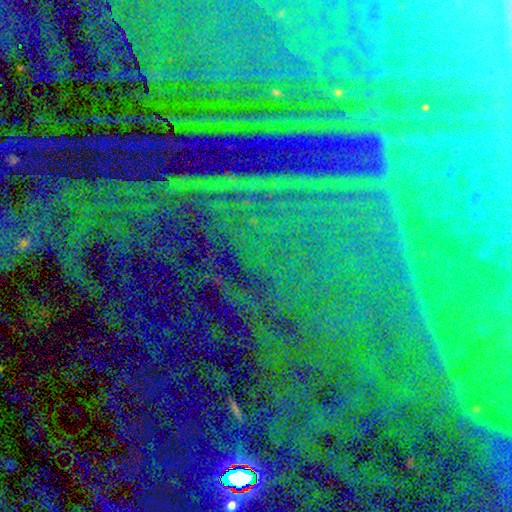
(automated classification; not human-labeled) Q: Smooth or featured?
A: star or artifact (87%); runner-up: featured or disk (8%)